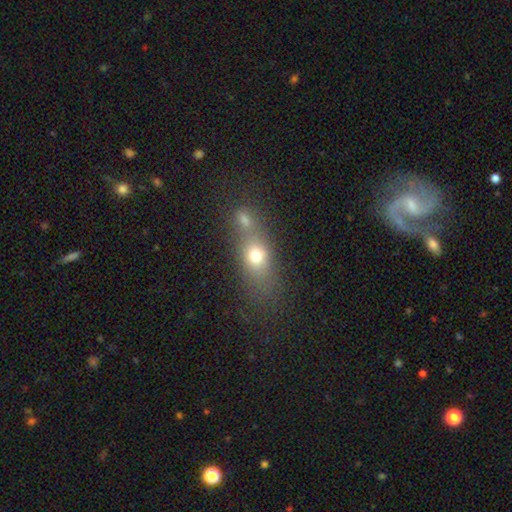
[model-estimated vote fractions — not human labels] Overall: smooth (70%). How rounded: in between (60%; round 29%). Merging: merger (42%; none 40%).